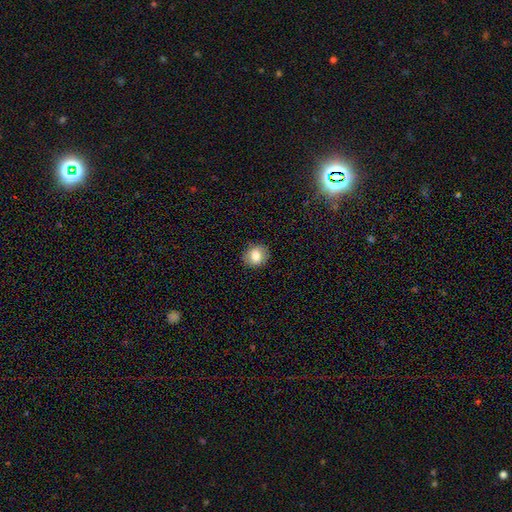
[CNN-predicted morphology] smooth 79%, featured or disk 11%, star or artifact 9%. Down the decision tree: how rounded — round (77%); merging — none (88%).